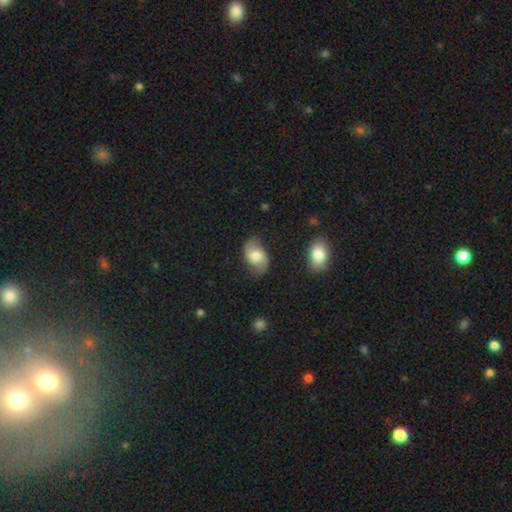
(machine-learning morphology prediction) This appears to be a smooth galaxy with no disk features (51%) that is in between round and cigar-shaped (84%). Merging: none (70%).